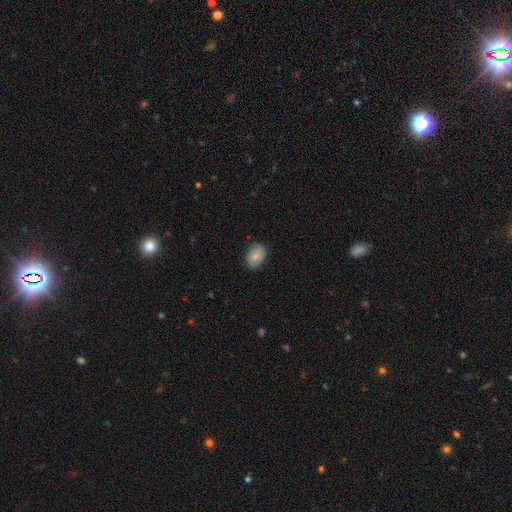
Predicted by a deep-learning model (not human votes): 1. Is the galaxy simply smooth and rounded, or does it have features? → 82% smooth, 12% featured or disk, 7% star or artifact.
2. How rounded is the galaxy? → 81% in between, 18% round, 1% cigar-shaped.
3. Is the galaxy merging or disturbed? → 82% none, 14% minor disturbance, 3% major disturbance, 1% merger.